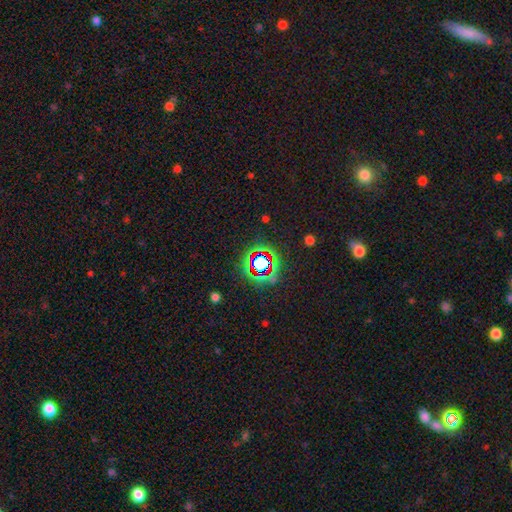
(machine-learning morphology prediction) This is likely a star or artifact rather than a galaxy (73%).